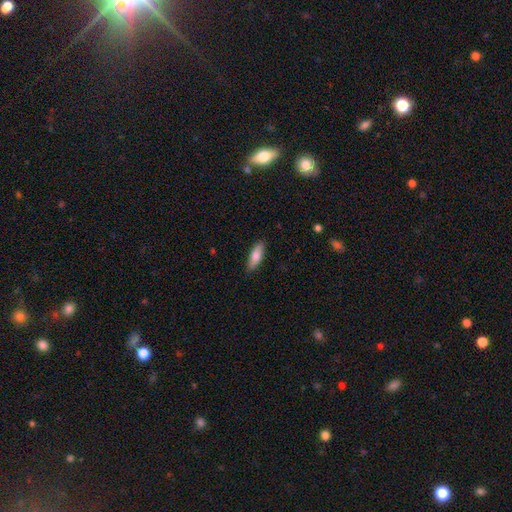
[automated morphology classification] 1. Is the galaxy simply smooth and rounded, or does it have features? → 79% smooth, 15% featured or disk, 6% star or artifact.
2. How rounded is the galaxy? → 59% in between, 39% cigar-shaped, 2% round.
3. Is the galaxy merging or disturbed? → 86% none, 11% minor disturbance, 2% major disturbance, 1% merger.